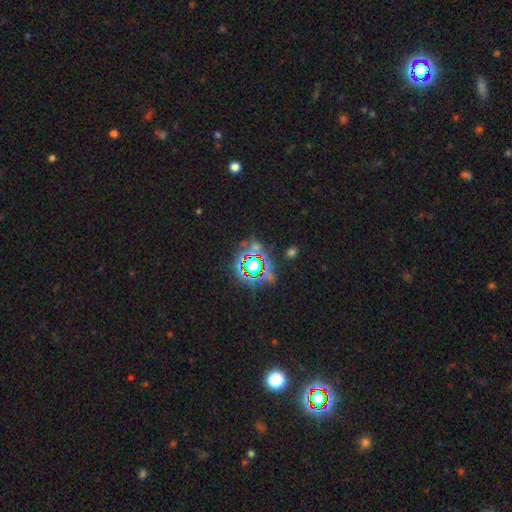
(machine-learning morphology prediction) Overall: star or artifact (76%).